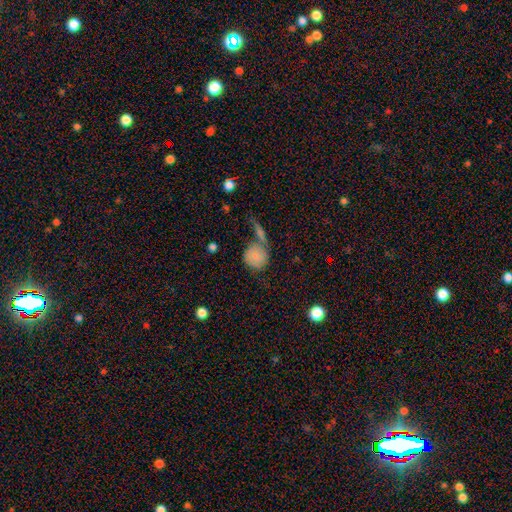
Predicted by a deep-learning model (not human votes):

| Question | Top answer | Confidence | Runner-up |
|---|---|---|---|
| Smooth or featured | smooth | 77% | featured or disk (14%) |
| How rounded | round | 85% | in between (13%) |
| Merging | none | 50% | merger (26%) |